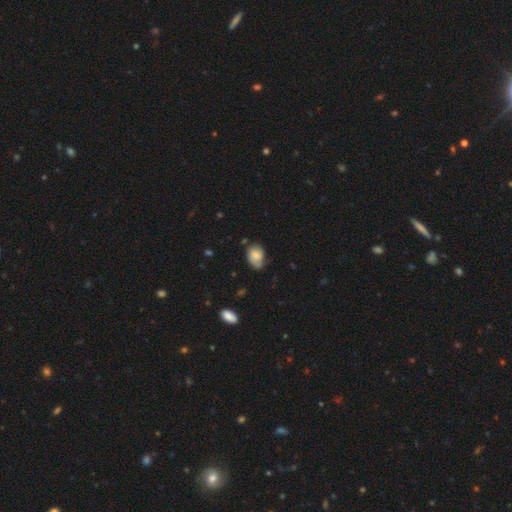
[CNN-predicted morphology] This appears to be a smooth galaxy with no disk features (67%) that is in between round and cigar-shaped (74%). Merging: none (49%).